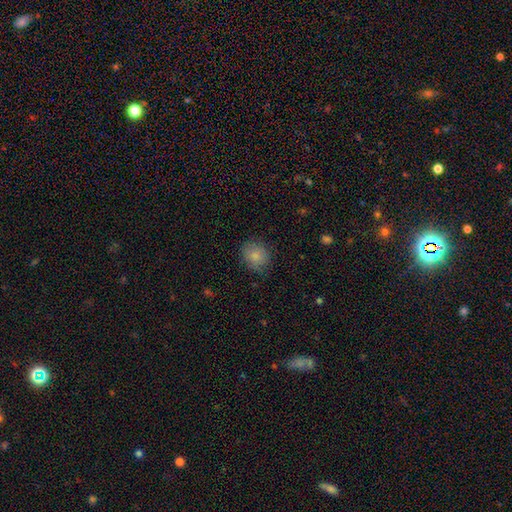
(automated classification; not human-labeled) The model was most divided on "how rounded": round: 73%, in between: 26%, cigar-shaped: 1%. More confident: smooth or featured — smooth (84%); merging — none (79%).